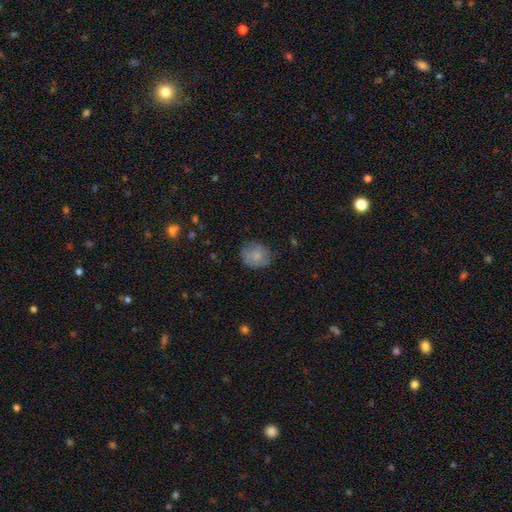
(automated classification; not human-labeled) This is likely a smooth galaxy (75%). How rounded: likely round (70%). Merging: likely none (70%).